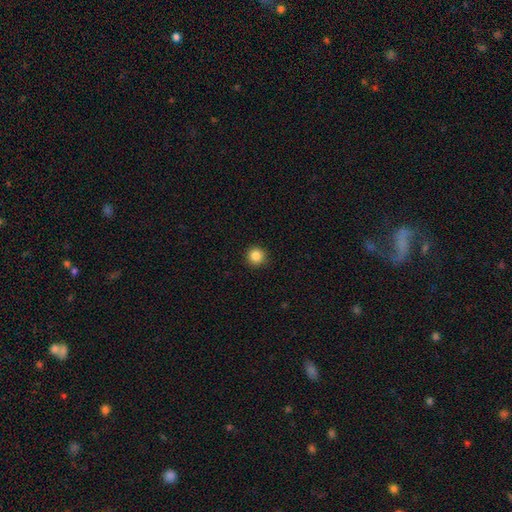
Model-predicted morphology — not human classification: This appears to be a smooth galaxy with no disk features (86%) that is round (95%). Merging: none (92%).